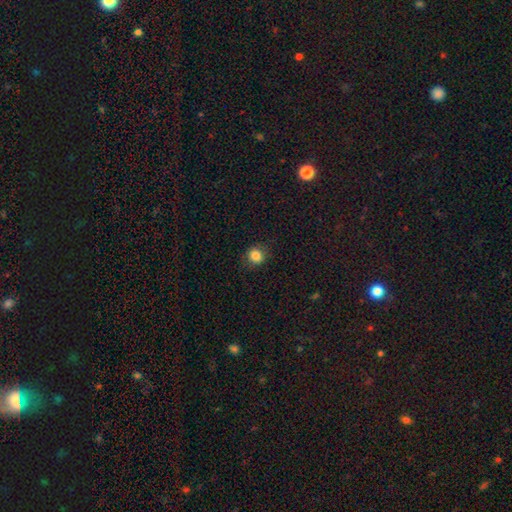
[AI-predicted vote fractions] Overall: smooth (84%). How rounded: round (83%). Merging: none (84%).